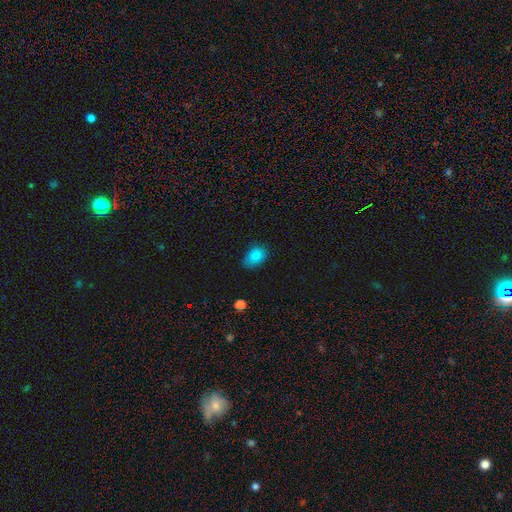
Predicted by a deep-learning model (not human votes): Q: Smooth or featured?
A: smooth (85%); runner-up: star or artifact (10%)
Q: How rounded?
A: in between (83%); runner-up: round (15%)
Q: Merging?
A: none (69%); runner-up: minor disturbance (25%)